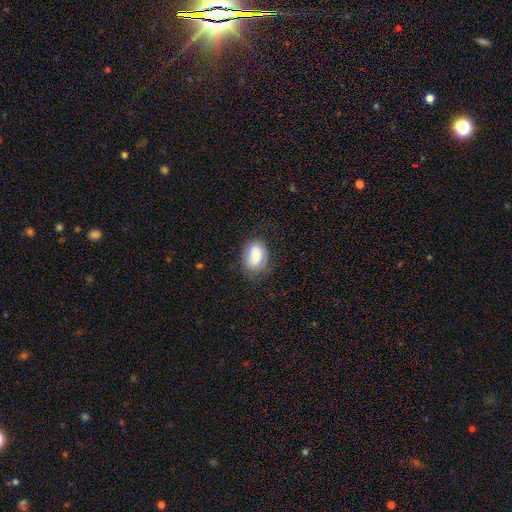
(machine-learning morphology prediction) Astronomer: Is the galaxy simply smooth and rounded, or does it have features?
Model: smooth — 70%.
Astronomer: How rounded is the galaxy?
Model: in between — 72%.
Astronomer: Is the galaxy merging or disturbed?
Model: none — 73%.